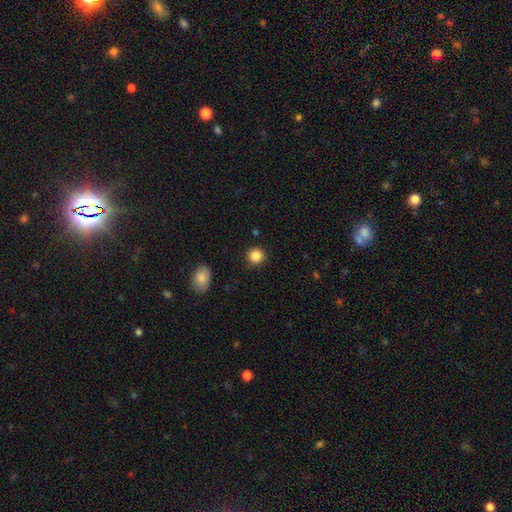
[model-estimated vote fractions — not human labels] Smooth or featured: smooth — 86% (star or artifact — 10%)
How rounded: round — 92% (in between — 7%)
Merging: none — 90% (minor disturbance — 6%)